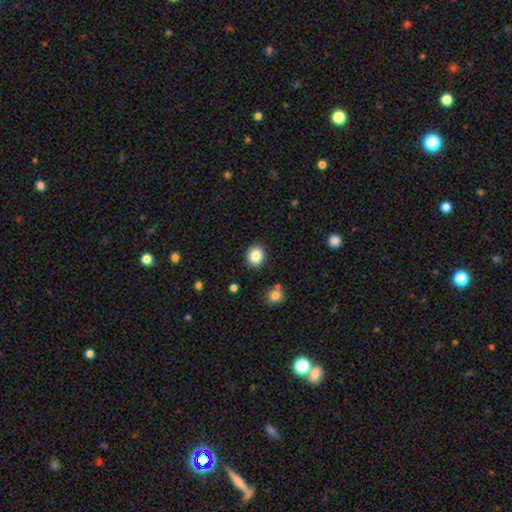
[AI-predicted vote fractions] Smooth or featured: smooth — 84% (star or artifact — 10%)
How rounded: round — 86% (in between — 13%)
Merging: none — 90% (minor disturbance — 6%)